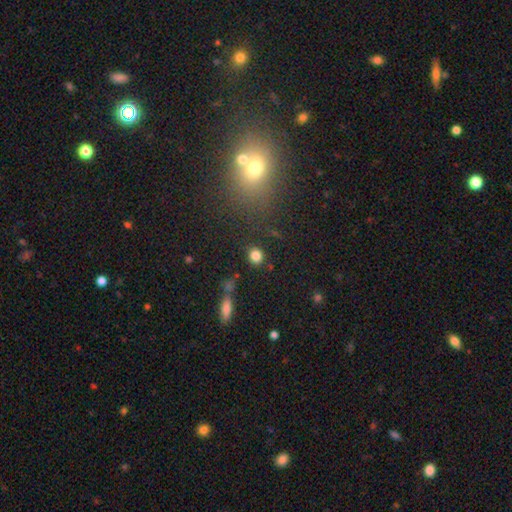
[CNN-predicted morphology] This is clearly a smooth galaxy (83%). How rounded: clearly round (83%). Merging: clearly none (85%).